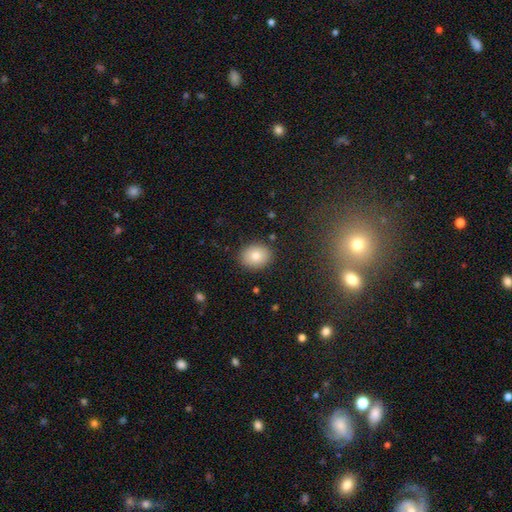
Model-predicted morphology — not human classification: Smooth or featured? Predicted: smooth (p=0.81). How rounded? Predicted: round (p=0.53). Merging? Predicted: none (p=0.88).